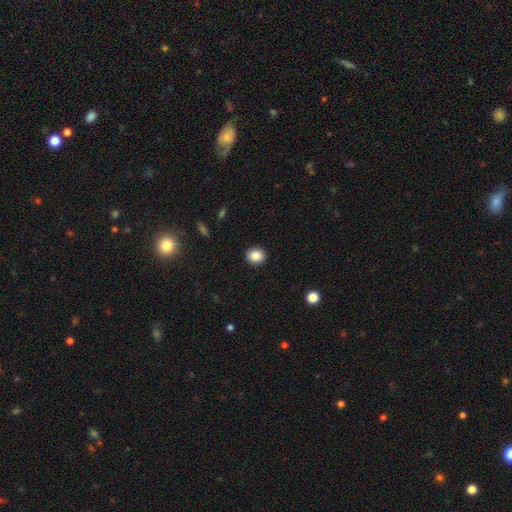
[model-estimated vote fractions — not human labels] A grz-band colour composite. It shows a smooth galaxy with no disk features (86%) that is round (81%). Merging: none (92%).